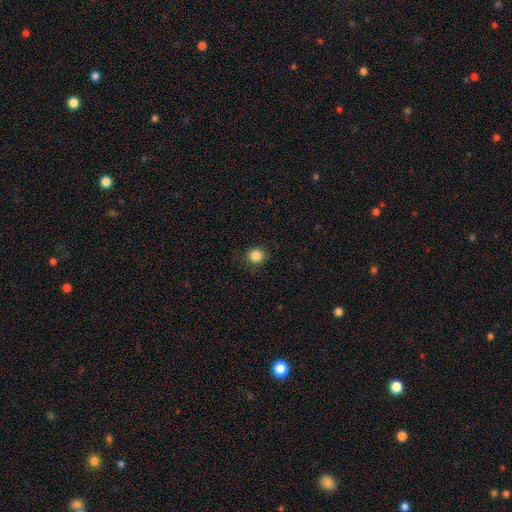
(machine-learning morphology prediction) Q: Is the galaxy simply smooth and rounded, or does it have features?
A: smooth — 86%.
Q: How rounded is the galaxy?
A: round — 91%.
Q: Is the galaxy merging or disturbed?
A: none — 89%.